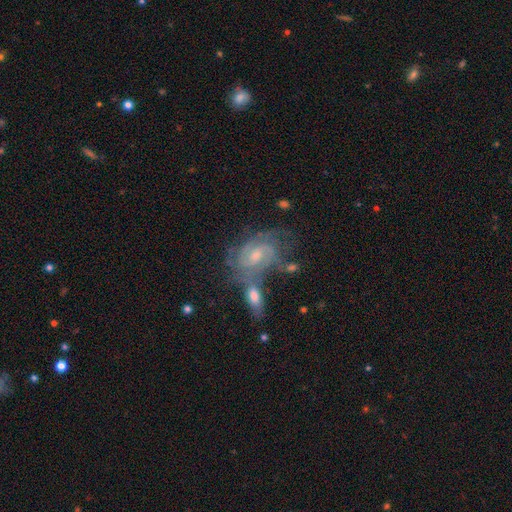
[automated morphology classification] Overall: featured or disk (83%). Edge-on disk: no (96%). Bar: weak (50%; no 40%). Spiral arms: yes (95%). Spiral arm count: 2 (41%; can't tell 30%). Spiral winding: tight (56%; medium 36%). Bulge size: moderate (47%; small 45%). Merging: none (47%; merger 25%).